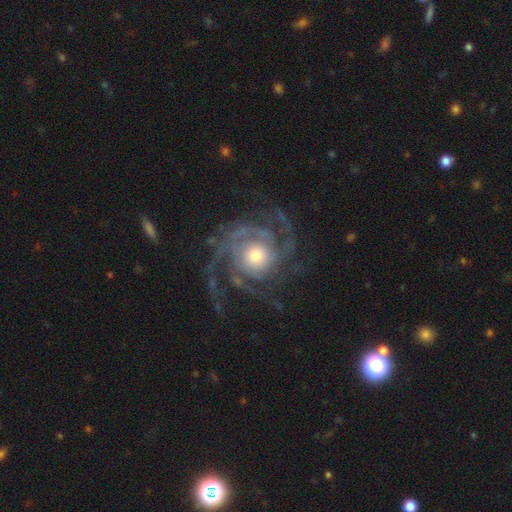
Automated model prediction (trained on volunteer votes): A featured or disk galaxy (91%) with no bar (79%), 3 (31%) tight (53%) spiral arms (98%) and a moderate central bulge (58%).

Vote fractions:
- Smooth or featured? featured or disk: 91% / smooth: 5% / star or artifact: 4%
- Edge-on disk? no: 98% / yes: 2%
- Bar? no: 79% / weak: 16% / strong: 5%
- Spiral arms? yes: 98% / no: 2%
- Spiral winding? tight: 53% / medium: 36% / loose: 11%
- Spiral arm count? 3: 31% / 2: 20% / can't tell: 16% / 4: 16% / more than 4: 9% / 1: 9%
- Bulge size? moderate: 58% / large: 20% / small: 18% / dominant: 2% / none: 1%
- Merging? none: 66% / major disturbance: 18% / minor disturbance: 14% / merger: 1%